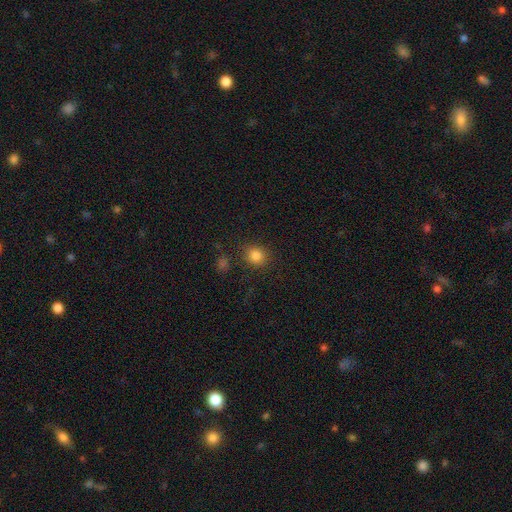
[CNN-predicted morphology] smooth_or_featured: smooth (p=0.83) [alt: star or artifact p=0.12]
how_rounded: round (p=0.83) [alt: in between p=0.16]
merging: none (p=0.85) [alt: minor disturbance p=0.09]